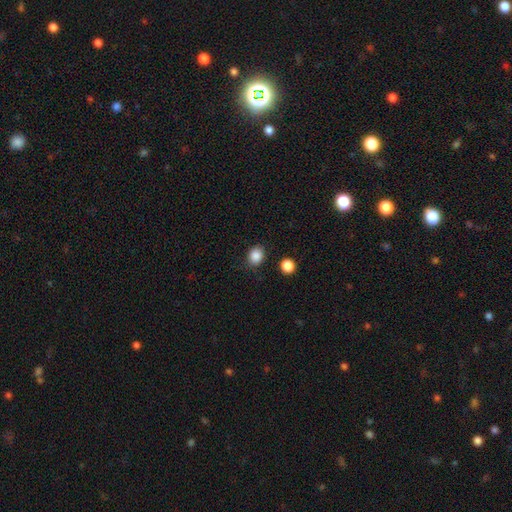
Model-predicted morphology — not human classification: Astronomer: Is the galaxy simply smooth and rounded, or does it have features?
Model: smooth — 87%.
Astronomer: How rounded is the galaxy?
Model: round — 62% (runner-up: in between, 37%).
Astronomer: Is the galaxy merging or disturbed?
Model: none — 84%.